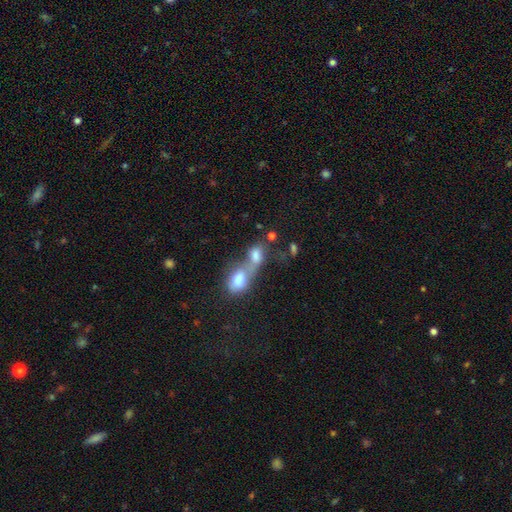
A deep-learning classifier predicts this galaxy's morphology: type=smooth (74%); roundness=in between (78%); merging=merger (78%).